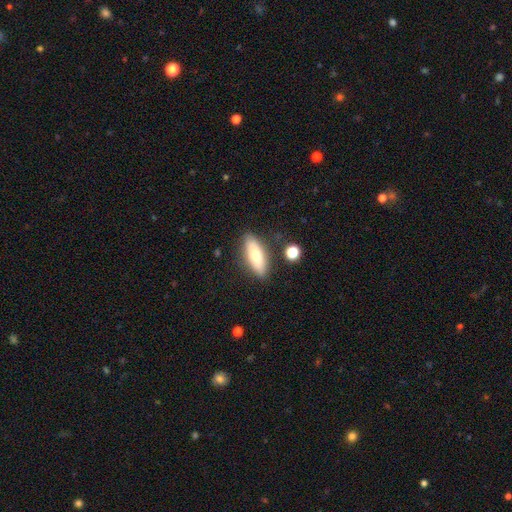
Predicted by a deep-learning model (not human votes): The model was most divided on "how rounded": in between: 61%, cigar-shaped: 36%, round: 3%. More confident: merging — none (83%); smooth or featured — smooth (68%).